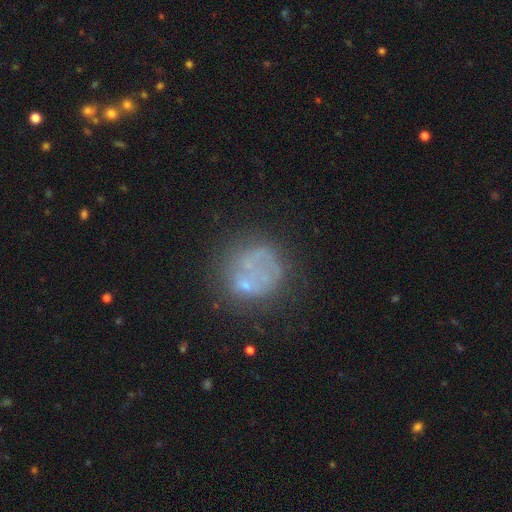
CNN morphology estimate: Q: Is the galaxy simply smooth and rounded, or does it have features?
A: featured or disk — 46%.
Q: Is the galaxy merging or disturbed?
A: none — 56%.